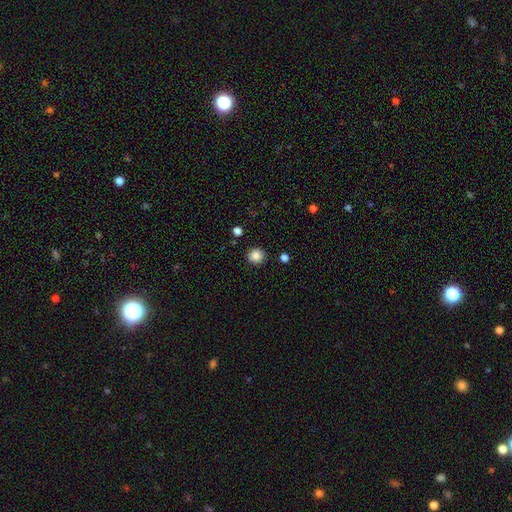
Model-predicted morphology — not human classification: This is clearly a smooth galaxy (86%). How rounded: clearly round (94%). Merging: clearly none (91%).